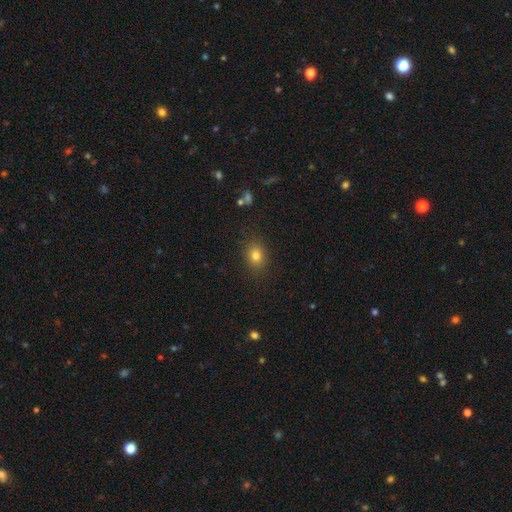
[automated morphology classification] This is likely a smooth galaxy (80%). How rounded: possibly in between (55%). Merging: clearly none (85%).